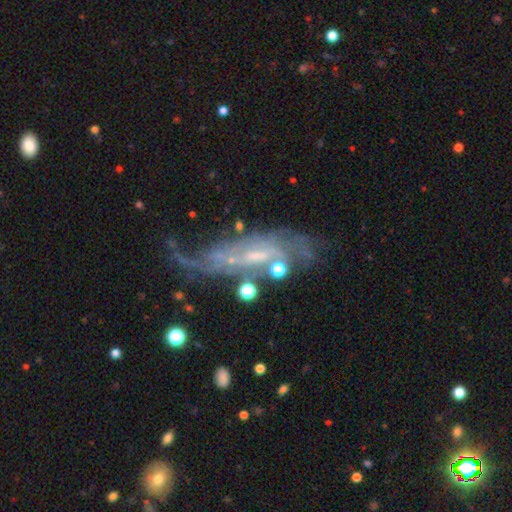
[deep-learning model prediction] Smooth or featured? Predicted: featured or disk (p=0.79). Edge-on disk? Predicted: no (p=0.83). Bar? Predicted: weak (p=0.42). Spiral arms? Predicted: yes (p=0.87). Spiral winding? Predicted: medium (p=0.38). Spiral arm count? Predicted: 2 (p=0.36, tied with can't tell). Bulge size? Predicted: small (p=0.60). Merging? Predicted: none (p=0.46).